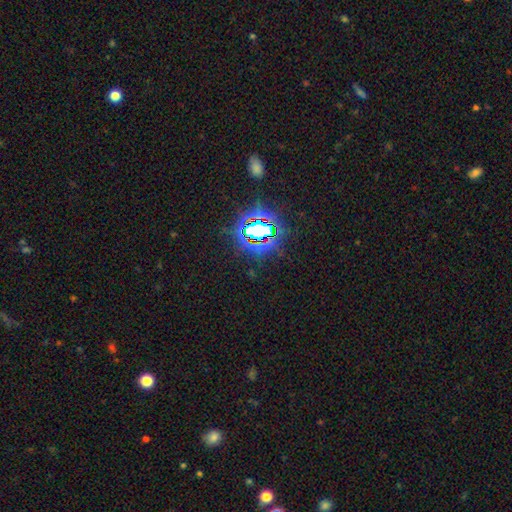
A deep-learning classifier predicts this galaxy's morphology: smooth-or-featured: star or artifact: 82% | smooth: 11% | featured or disk: 7%